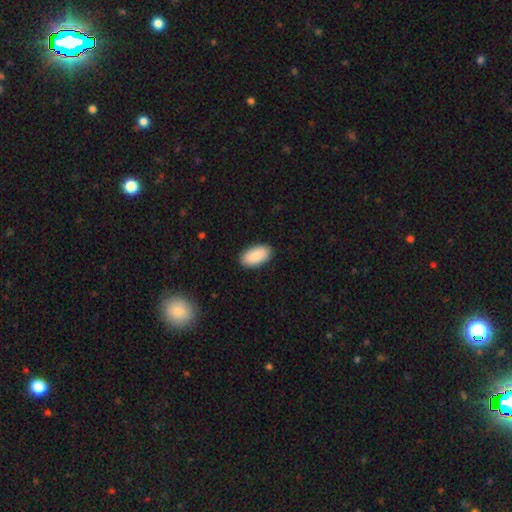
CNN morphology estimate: A smooth galaxy with no disk features (88%) that is in between round and cigar-shaped (96%).

Vote fractions:
- Smooth or featured? smooth: 88% / featured or disk: 6% / star or artifact: 6%
- How rounded? in between: 96% / round: 3% / cigar-shaped: 2%
- Merging? none: 89% / minor disturbance: 8% / major disturbance: 2% / merger: 1%